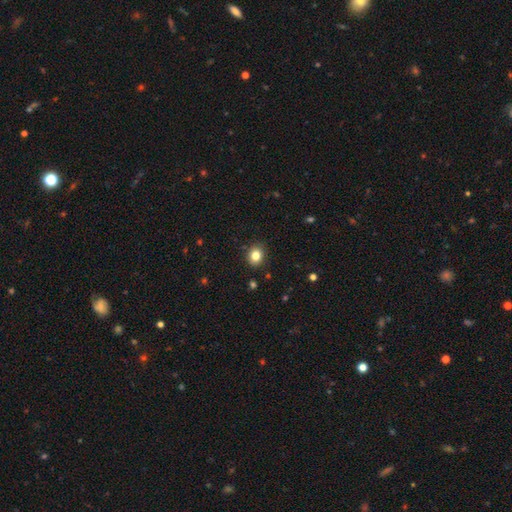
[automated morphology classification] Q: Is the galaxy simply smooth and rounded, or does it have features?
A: smooth — 82%.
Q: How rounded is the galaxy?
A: round — 61%.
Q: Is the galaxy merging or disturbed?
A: none — 89%.